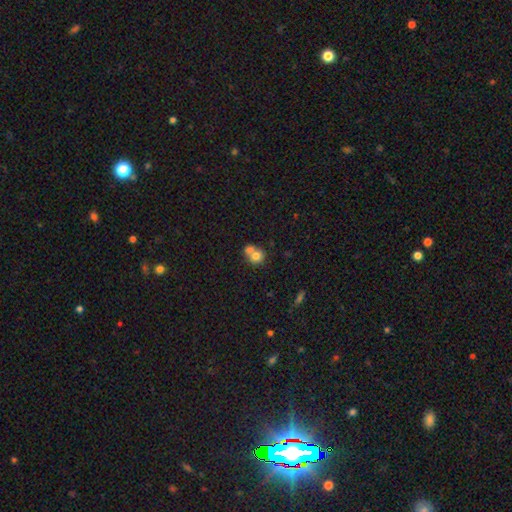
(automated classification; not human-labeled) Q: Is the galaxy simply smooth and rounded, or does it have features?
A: smooth — 74%.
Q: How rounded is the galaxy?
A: round — 76%.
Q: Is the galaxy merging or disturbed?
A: merger — 59%.